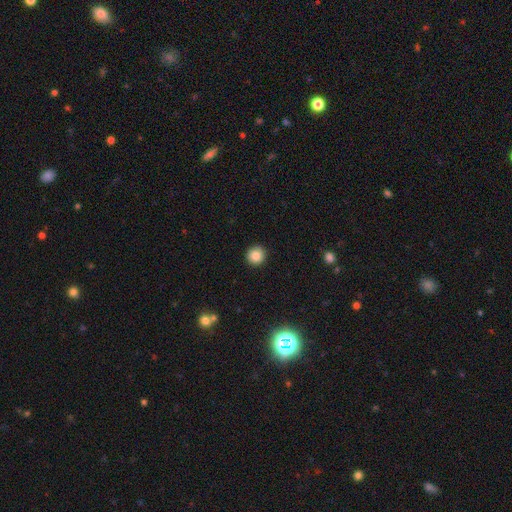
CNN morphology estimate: Smooth or featured? Predicted: smooth (p=0.85). How rounded? Predicted: round (p=0.94). Merging? Predicted: none (p=0.92).